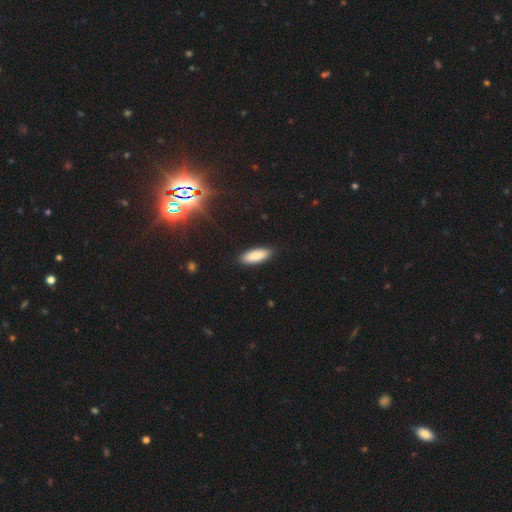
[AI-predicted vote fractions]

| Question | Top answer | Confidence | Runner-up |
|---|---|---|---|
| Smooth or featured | smooth | 87% | featured or disk (6%) |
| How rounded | in between | 68% | cigar-shaped (30%) |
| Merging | none | 88% | minor disturbance (9%) |